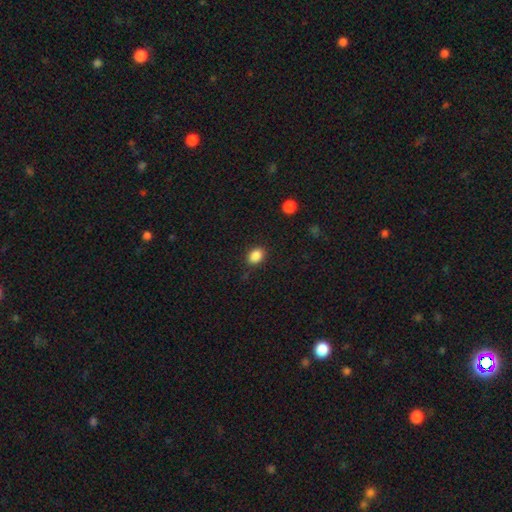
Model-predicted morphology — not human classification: This is clearly a smooth galaxy (88%). How rounded: likely in between (72%). Merging: clearly none (84%).